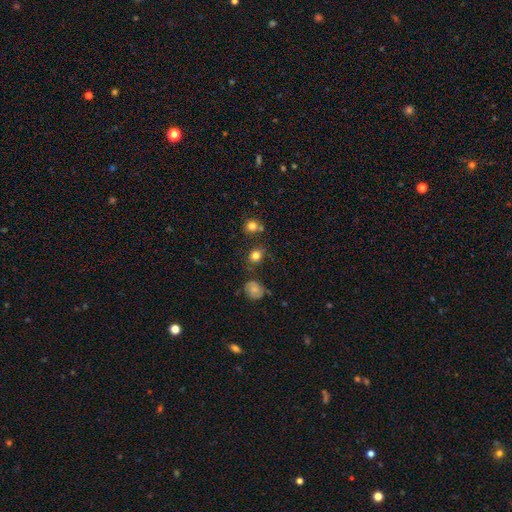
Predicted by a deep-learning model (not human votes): This is likely a smooth galaxy (79%). How rounded: likely round (61%). Merging: likely none (75%).